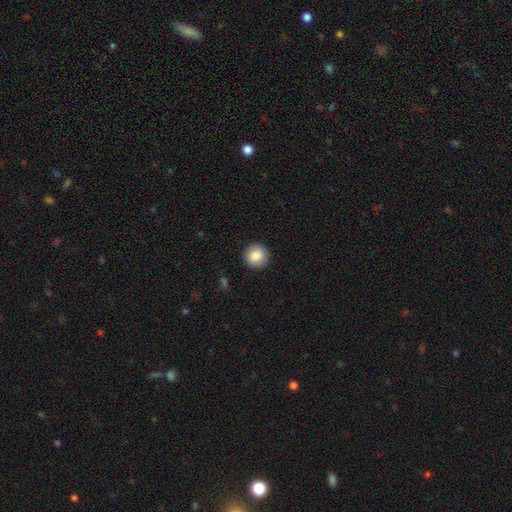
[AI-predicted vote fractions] Morphology: type=smooth (86%); roundness=round (94%); merging=none (90%).